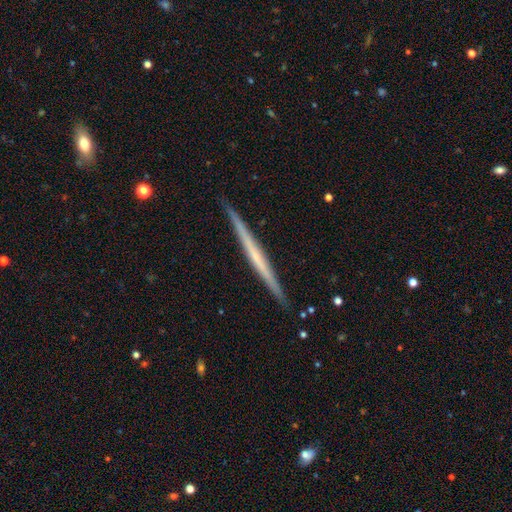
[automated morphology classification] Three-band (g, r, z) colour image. It shows a featured or disk galaxy (62%) viewed edge-on (98%) with no central bulge (84%). Merging: none (92%).